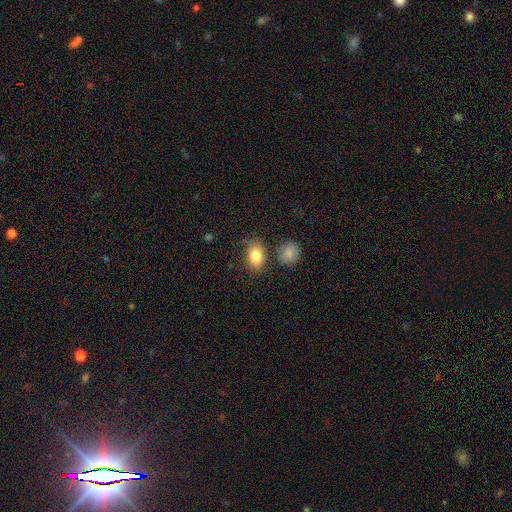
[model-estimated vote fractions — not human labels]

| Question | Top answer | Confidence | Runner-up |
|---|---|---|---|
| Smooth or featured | smooth | 84% | featured or disk (8%) |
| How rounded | in between | 82% | round (16%) |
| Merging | none | 73% | minor disturbance (14%) |